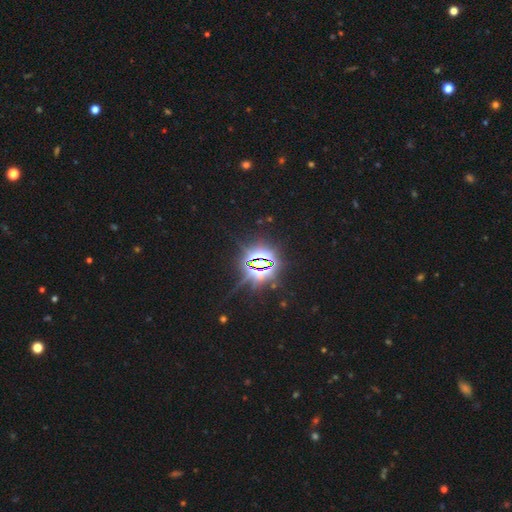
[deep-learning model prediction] Smooth or featured? star or artifact (84%)